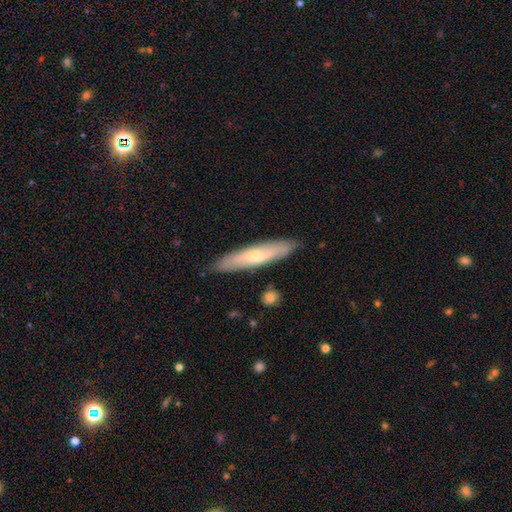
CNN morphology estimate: Overall: smooth (48%; featured or disk 46%). Merging: none (85%).